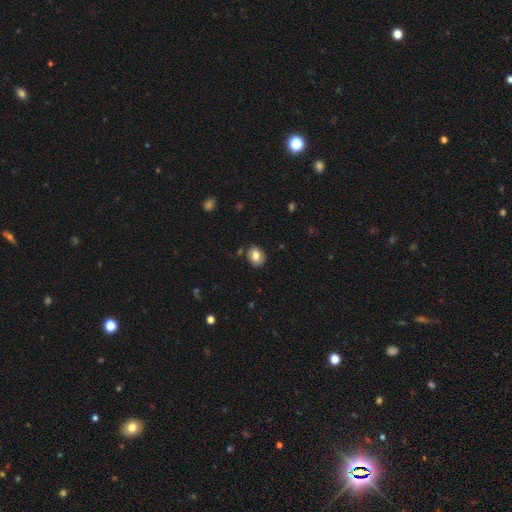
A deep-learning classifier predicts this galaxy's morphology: smooth-or-featured: smooth: 76% | featured or disk: 15% | star or artifact: 9%
  how-rounded: in between: 57% | round: 42% | cigar-shaped: 1%
  merging: none: 83% | minor disturbance: 12% | major disturbance: 3% | merger: 3%